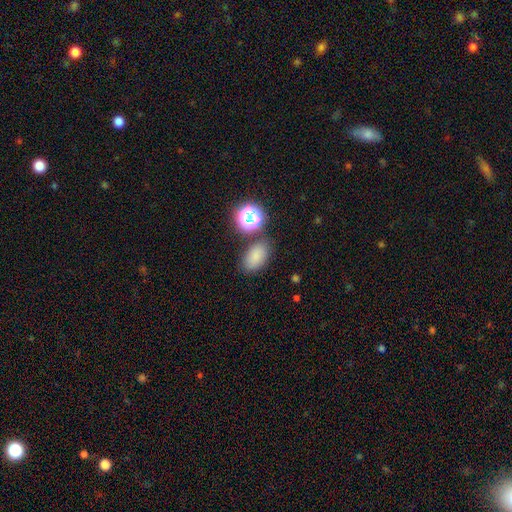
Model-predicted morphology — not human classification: Q: Smooth or featured?
A: smooth (77%); runner-up: star or artifact (16%)
Q: How rounded?
A: in between (84%); runner-up: round (14%)
Q: Merging?
A: none (77%); runner-up: minor disturbance (12%)